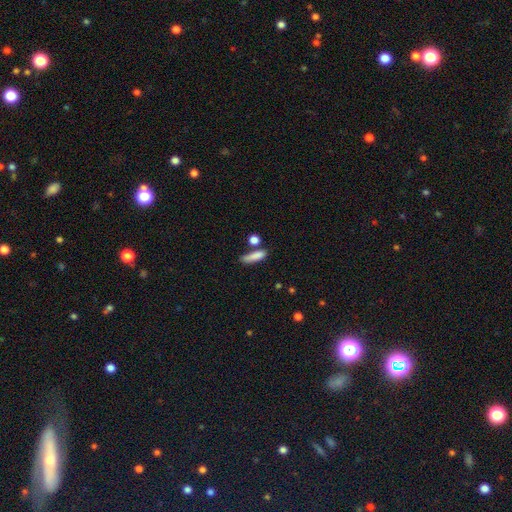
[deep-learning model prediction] smooth-or-featured: smooth: 82% | featured or disk: 9% | star or artifact: 9%
  how-rounded: cigar-shaped: 53% | in between: 41% | round: 6%
  merging: none: 56% | minor disturbance: 19% | merger: 17% | major disturbance: 8%